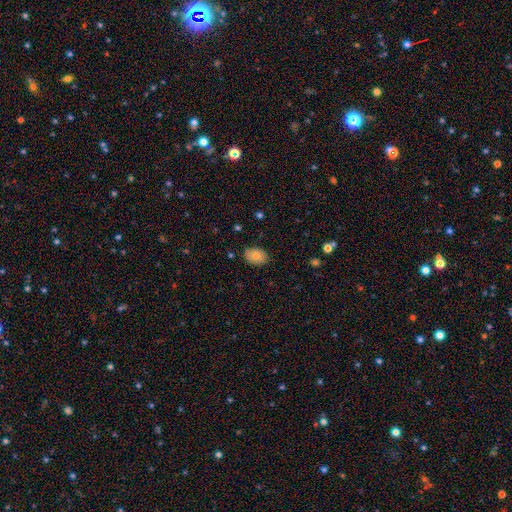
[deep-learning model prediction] A smooth galaxy with no disk features (84%) that is in between round and cigar-shaped (80%).

Vote fractions:
- Smooth or featured? smooth: 84% / featured or disk: 8% / star or artifact: 8%
- How rounded? in between: 80% / round: 19% / cigar-shaped: 1%
- Merging? none: 84% / minor disturbance: 13% / major disturbance: 2% / merger: 1%